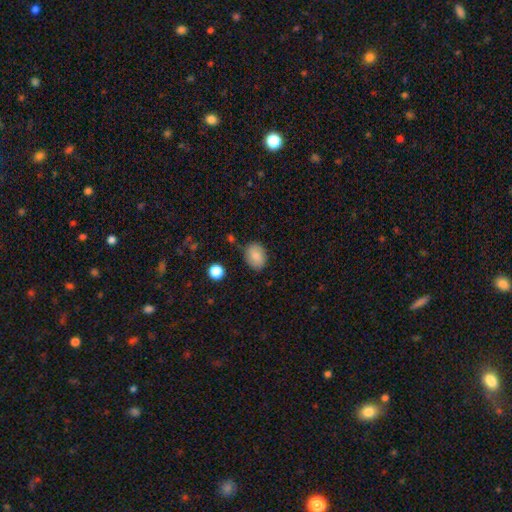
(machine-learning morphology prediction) Smooth or featured? Predicted: smooth (p=0.83). How rounded? Predicted: in between (p=0.61). Merging? Predicted: none (p=0.82).